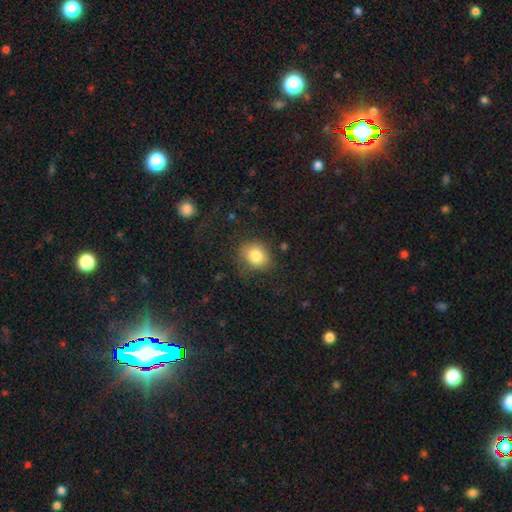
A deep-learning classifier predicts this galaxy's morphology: Smooth or featured? smooth (83%)
How rounded? round (56%)
Merging? none (75%)